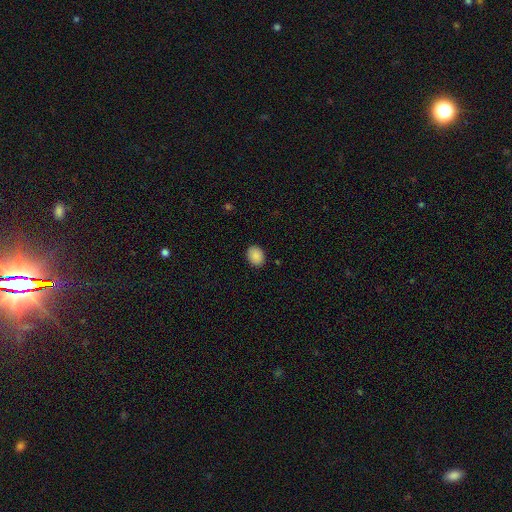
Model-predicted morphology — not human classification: smooth 89%, star or artifact 8%, featured or disk 3%. Down the decision tree: how rounded — in between (59%); merging — none (89%).